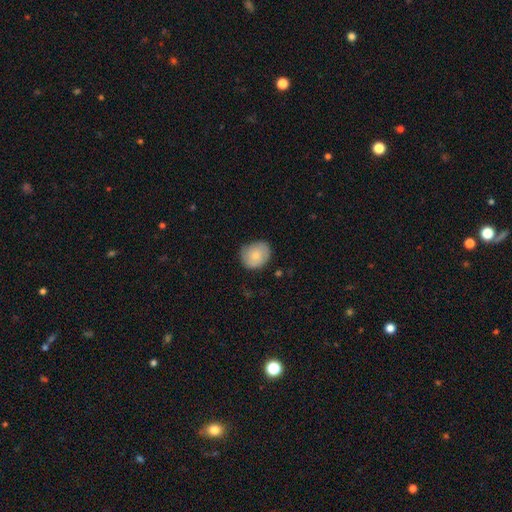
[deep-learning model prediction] smooth 77%, featured or disk 16%, star or artifact 7%. Down the decision tree: how rounded — round (65%); merging — none (73%).